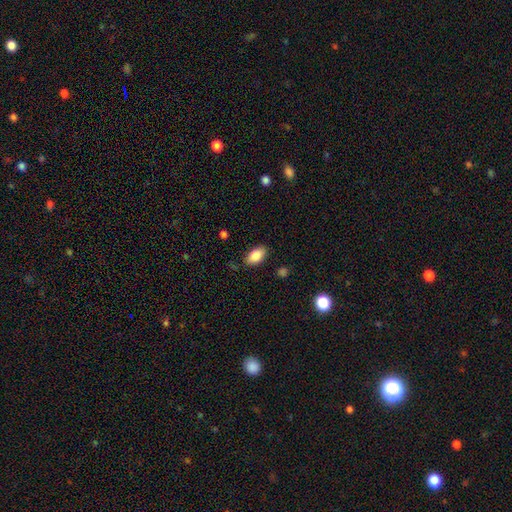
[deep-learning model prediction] smooth_or_featured: smooth (p=0.85) [alt: star or artifact p=0.08]
how_rounded: in between (p=0.92) [alt: round p=0.06]
merging: none (p=0.82) [alt: minor disturbance p=0.13]